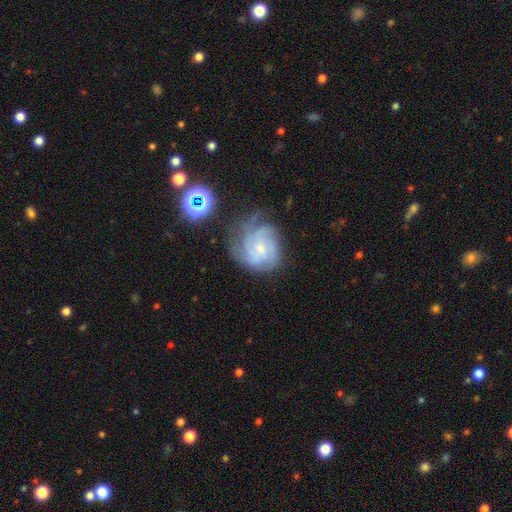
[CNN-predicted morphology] A featured or disk galaxy (72%) with no bar (67%), tight (49%) spiral arms (90%) and a small central bulge (63%). Merging: none (45%).